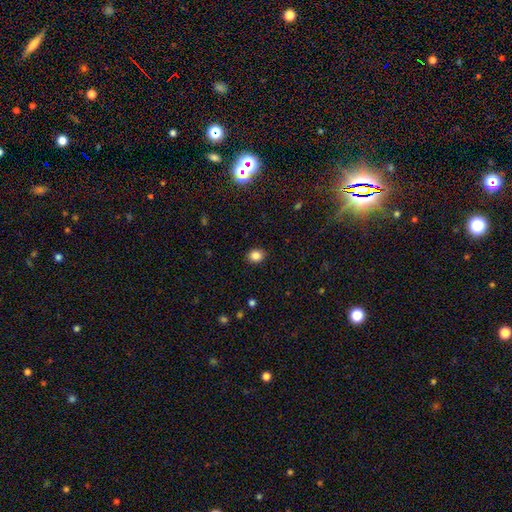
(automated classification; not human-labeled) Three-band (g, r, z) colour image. It shows a smooth galaxy with no disk features (85%) that is round (59%). Merging: none (90%).